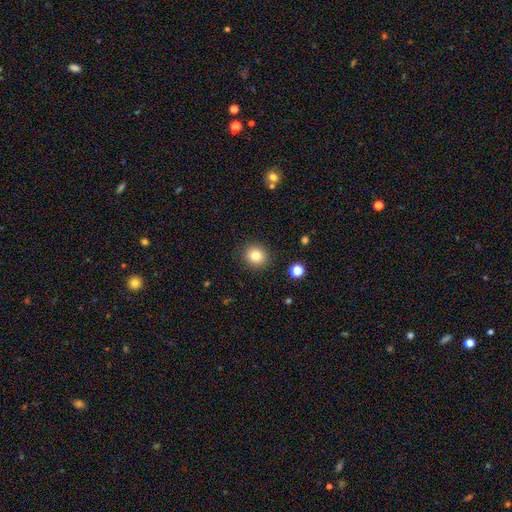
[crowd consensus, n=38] Morphology: type=smooth (92%); roundness=round (94%); merging=none (97%).